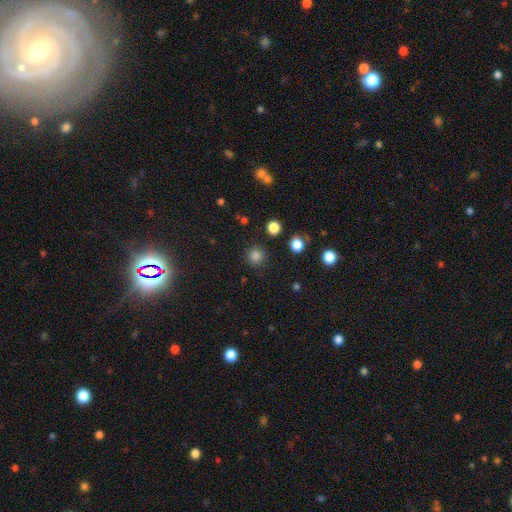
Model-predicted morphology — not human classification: Q: Smooth or featured?
A: smooth (82%); runner-up: star or artifact (15%)
Q: How rounded?
A: round (94%); runner-up: in between (5%)
Q: Merging?
A: none (89%); runner-up: minor disturbance (6%)